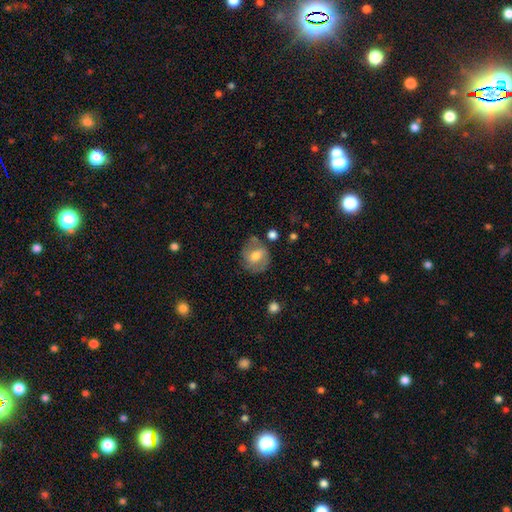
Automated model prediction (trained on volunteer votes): A smooth galaxy with no disk features (50%).

Vote fractions:
- Smooth or featured? smooth: 50% / featured or disk: 42% / star or artifact: 8%
- Merging? none: 66% / minor disturbance: 21% / major disturbance: 8% / merger: 5%